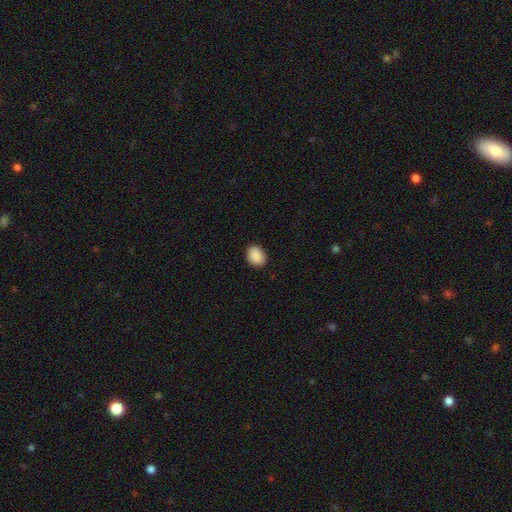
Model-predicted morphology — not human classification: A smooth galaxy with no disk features (90%) that is in between round and cigar-shaped (58%).

Vote fractions:
- Smooth or featured? smooth: 90% / star or artifact: 7% / featured or disk: 3%
- How rounded? in between: 58% / round: 41% / cigar-shaped: 1%
- Merging? none: 89% / minor disturbance: 8% / major disturbance: 2% / merger: 1%